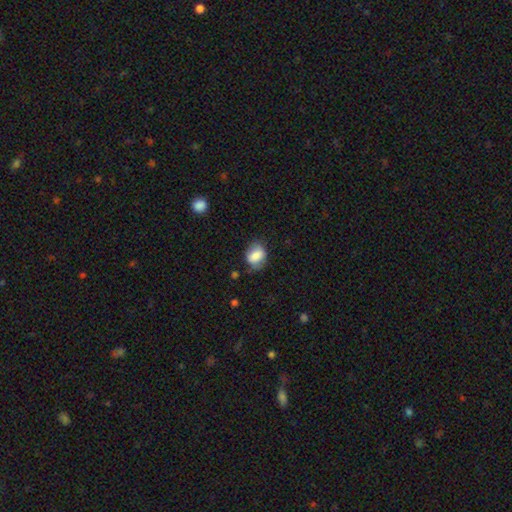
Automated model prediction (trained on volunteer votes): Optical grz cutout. It shows a smooth galaxy with no disk features (78%) that is in between round and cigar-shaped (62%). Merging: none (66%).